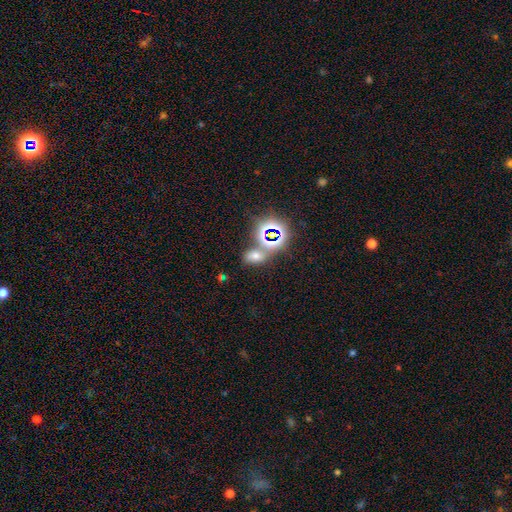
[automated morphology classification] This is possibly a smooth galaxy (50%). How rounded: clearly in between (81%). Merging: likely none (64%).